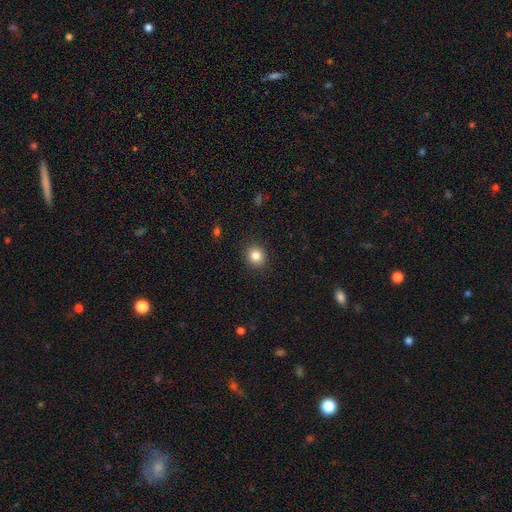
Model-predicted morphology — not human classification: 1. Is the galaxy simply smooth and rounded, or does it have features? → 84% smooth, 11% star or artifact, 6% featured or disk.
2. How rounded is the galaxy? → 83% round, 16% in between, 1% cigar-shaped.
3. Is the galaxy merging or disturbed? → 90% none, 6% minor disturbance, 2% major disturbance, 1% merger.